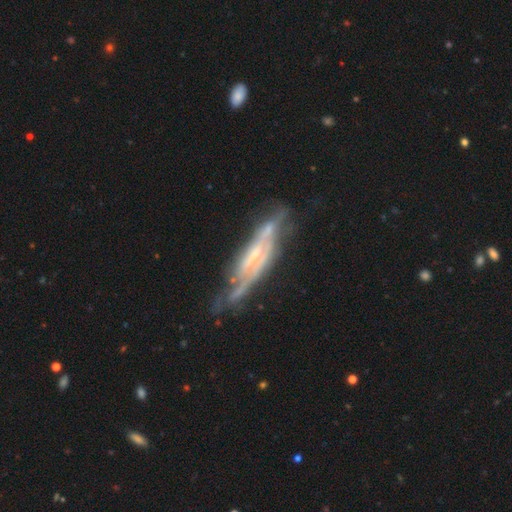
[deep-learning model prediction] Smooth or featured: featured or disk — 81% (smooth — 13%)
Edge-on disk: no — 54% (yes — 46%)
Merging: none — 56% (minor disturbance — 25%)